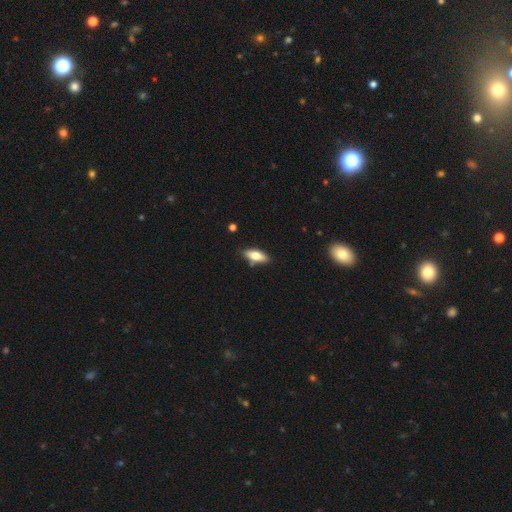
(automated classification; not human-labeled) A smooth galaxy with no disk features (74%) that is in between round and cigar-shaped (79%). Merging: none (83%).